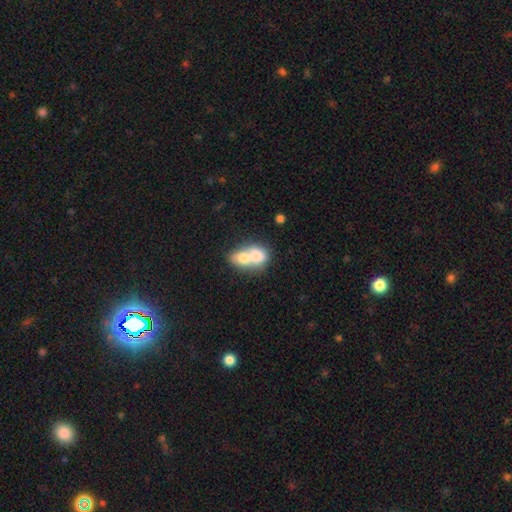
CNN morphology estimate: Q: Smooth or featured?
A: smooth (72%); runner-up: featured or disk (21%)
Q: How rounded?
A: in between (57%); runner-up: round (41%)
Q: Merging?
A: merger (78%); runner-up: none (13%)